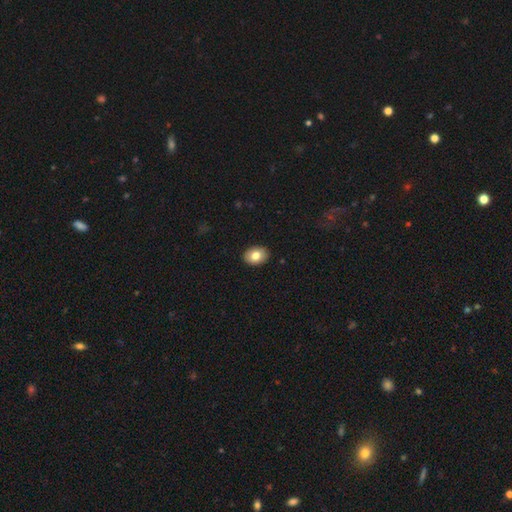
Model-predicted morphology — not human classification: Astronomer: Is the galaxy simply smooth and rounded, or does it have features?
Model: smooth — 79%.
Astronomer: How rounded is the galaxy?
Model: in between — 71%.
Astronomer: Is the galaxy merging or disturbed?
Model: none — 90%.